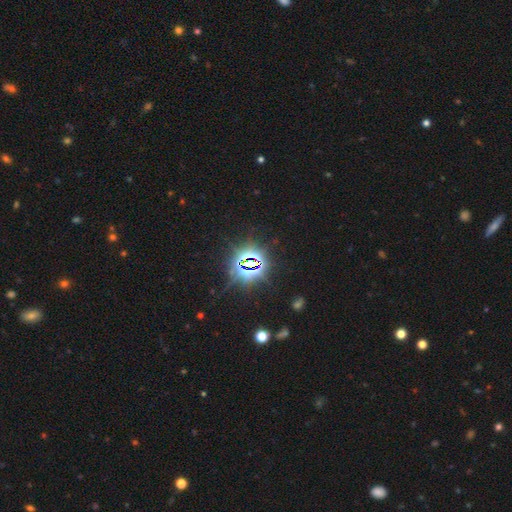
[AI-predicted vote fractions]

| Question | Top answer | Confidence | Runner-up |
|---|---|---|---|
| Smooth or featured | star or artifact | 83% | smooth (9%) |